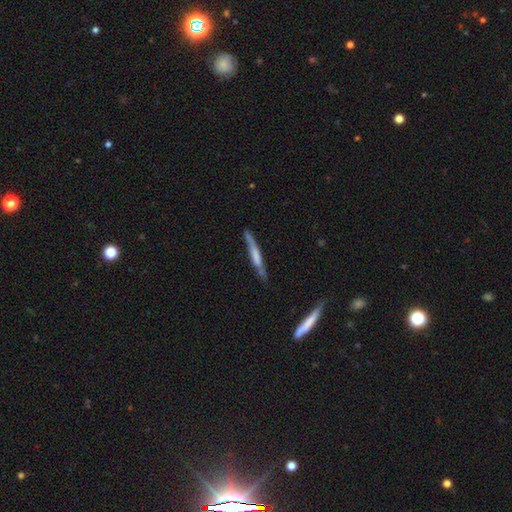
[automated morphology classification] Smooth or featured?
  - featured or disk: 48% *
  - smooth: 46%
  - star or artifact: 6%
Merging?
  - none: 69% *
  - minor disturbance: 21%
  - major disturbance: 5%
  - merger: 4%